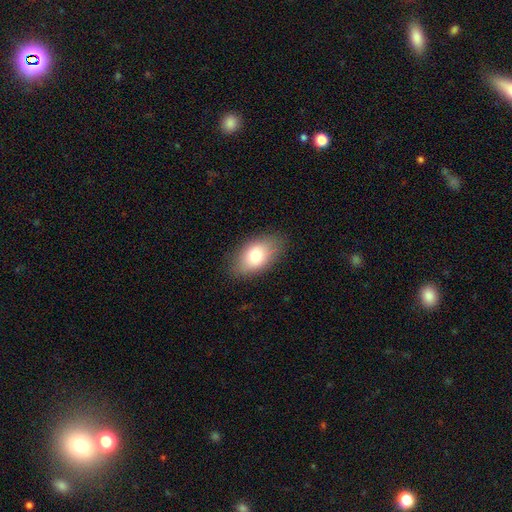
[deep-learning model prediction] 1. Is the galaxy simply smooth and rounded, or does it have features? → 77% smooth, 16% featured or disk, 8% star or artifact.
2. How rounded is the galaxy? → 90% in between, 8% round, 2% cigar-shaped.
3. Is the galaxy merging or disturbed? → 83% none, 13% minor disturbance, 3% major disturbance, 1% merger.